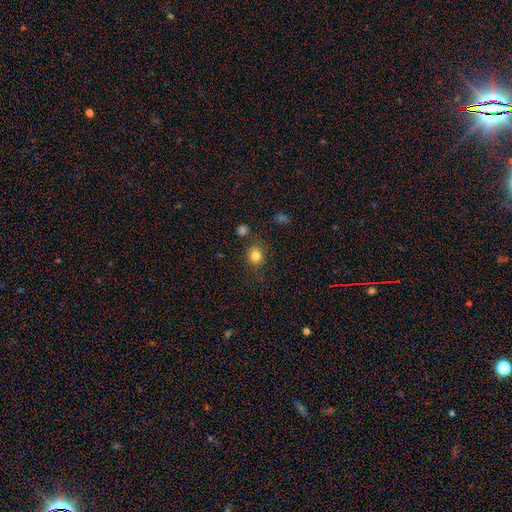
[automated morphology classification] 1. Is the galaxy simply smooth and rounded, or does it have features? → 81% smooth, 12% star or artifact, 7% featured or disk.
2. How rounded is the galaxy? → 71% round, 28% in between, 1% cigar-shaped.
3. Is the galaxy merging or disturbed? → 80% none, 12% minor disturbance, 4% merger, 4% major disturbance.